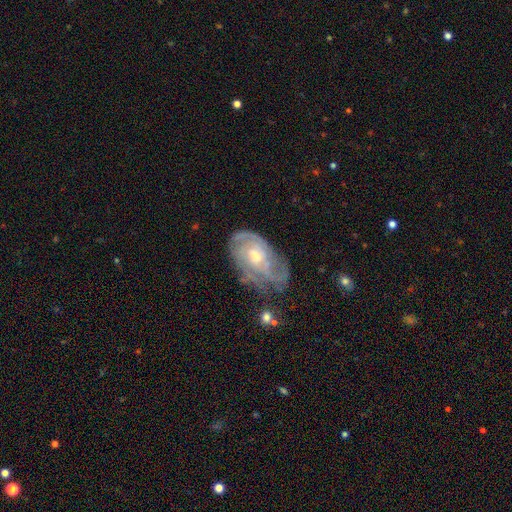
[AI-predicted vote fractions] smooth-or-featured: featured or disk: 79% | smooth: 14% | star or artifact: 7%
  disk-edge-on: no: 96% | yes: 4%
    bar: no: 65% | weak: 31% | strong: 4%
    has-spiral-arms: yes: 87% | no: 13%
      spiral-winding: tight: 53% | medium: 35% | loose: 12%
      spiral-arm-count: can't tell: 44% | 2: 20% | 3: 19% | 4: 8% | 1: 5% | more than 4: 4%
    bulge-size: moderate: 61% | small: 32% | large: 4% | none: 2% | dominant: 1%
  merging: none: 51% | minor disturbance: 29% | major disturbance: 17% | merger: 3%